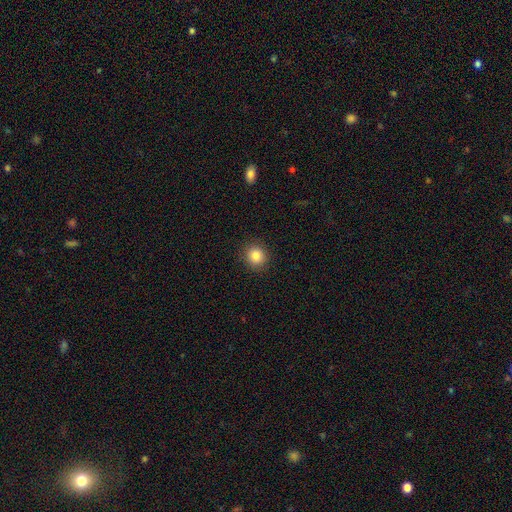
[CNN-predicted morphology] Q: Smooth or featured?
A: smooth (84%); runner-up: star or artifact (10%)
Q: How rounded?
A: round (87%); runner-up: in between (12%)
Q: Merging?
A: none (91%); runner-up: minor disturbance (6%)